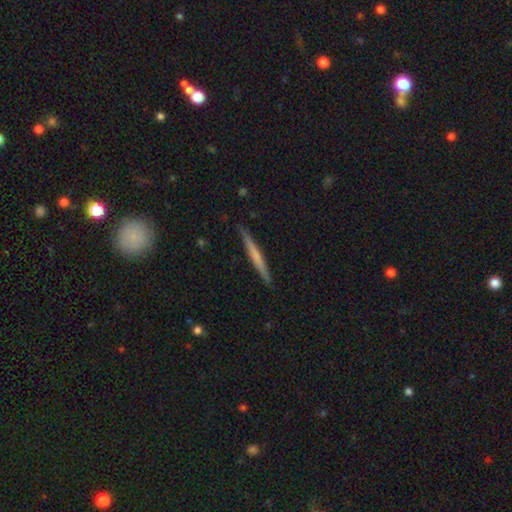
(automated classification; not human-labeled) This appears to be a smooth galaxy with no disk features (52%) that is cigar-shaped (97%). Merging: none (90%).